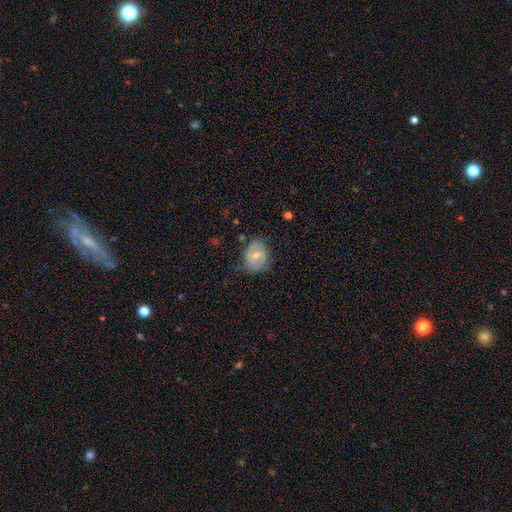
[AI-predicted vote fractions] Q: Smooth or featured?
A: smooth (52%); runner-up: featured or disk (41%)
Q: How rounded?
A: round (50%); runner-up: in between (49%)
Q: Merging?
A: none (61%); runner-up: minor disturbance (29%)